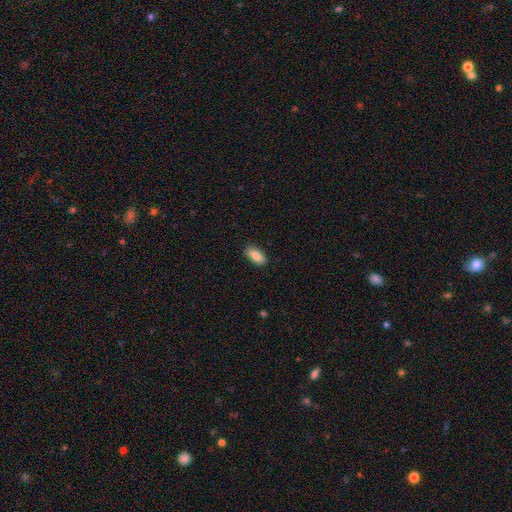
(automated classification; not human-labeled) Overall: smooth (86%). How rounded: in between (88%). Merging: none (87%).